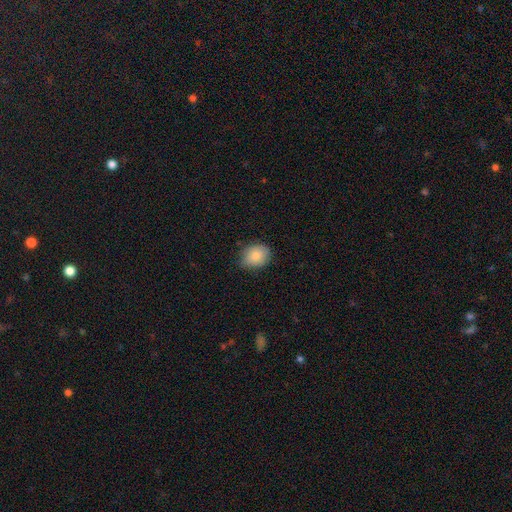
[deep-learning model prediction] Smooth or featured?
  - smooth: 84% *
  - star or artifact: 8%
  - featured or disk: 7%
How rounded?
  - round: 53% *
  - in between: 46%
  - cigar-shaped: 1%
Merging?
  - none: 77% *
  - minor disturbance: 19%
  - major disturbance: 3%
  - merger: 1%